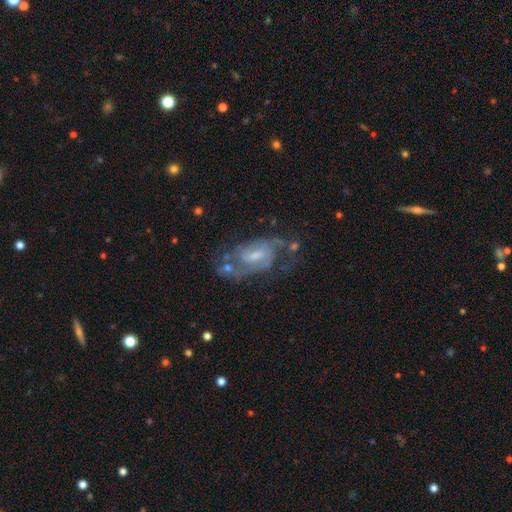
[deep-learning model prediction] A featured or disk galaxy (83%) with a weak bar (56%), 2 (75%) medium (52%) spiral arms (94%) and a small central bulge (49%).

Vote fractions:
- Smooth or featured? featured or disk: 83% / smooth: 9% / star or artifact: 8%
- Edge-on disk? no: 96% / yes: 4%
- Bar? weak: 56% / no: 27% / strong: 17%
- Spiral arms? yes: 94% / no: 6%
- Spiral winding? medium: 52% / tight: 30% / loose: 17%
- Spiral arm count? 2: 75% / can't tell: 12% / 3: 6% / 1: 3% / 4: 2% / more than 4: 2%
- Bulge size? small: 49% / moderate: 36% / none: 10% / large: 3% / dominant: 1%
- Merging? none: 61% / minor disturbance: 19% / major disturbance: 13% / merger: 6%